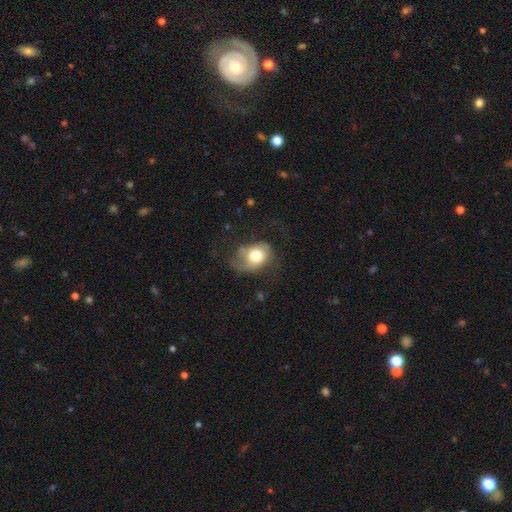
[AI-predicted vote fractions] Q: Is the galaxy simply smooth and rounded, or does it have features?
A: smooth — 65%.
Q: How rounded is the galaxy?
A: in between — 55%.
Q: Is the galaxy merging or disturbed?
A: none — 40%.